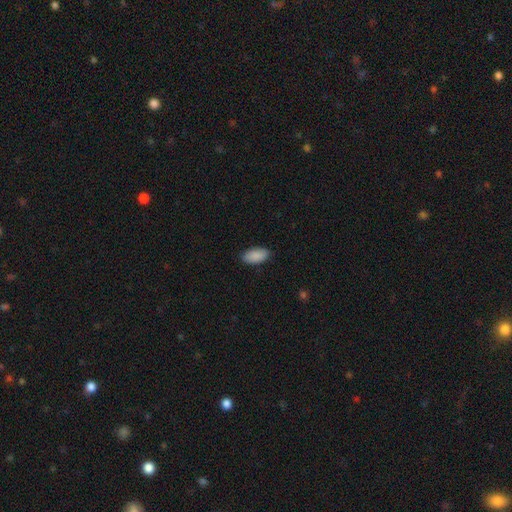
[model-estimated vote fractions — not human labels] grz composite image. It shows a smooth galaxy with no disk features (90%) that is in between round and cigar-shaped (93%). Merging: none (88%).